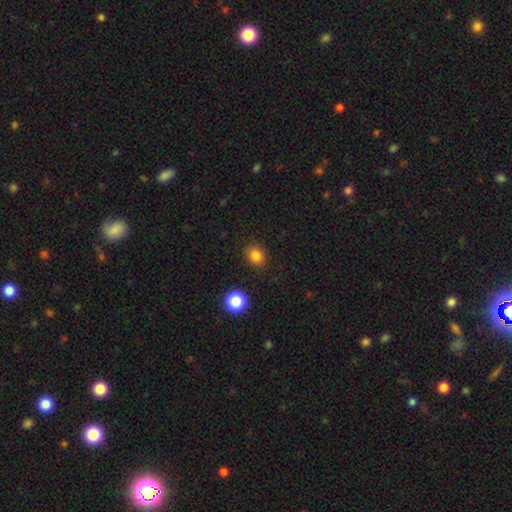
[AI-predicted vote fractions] Smooth or featured? Predicted: smooth (p=0.82). How rounded? Predicted: round (p=0.68). Merging? Predicted: none (p=0.88).